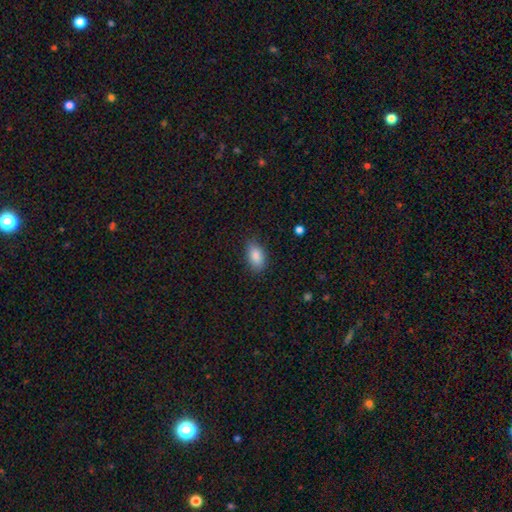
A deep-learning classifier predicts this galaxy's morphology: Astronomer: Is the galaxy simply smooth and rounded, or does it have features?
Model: smooth — 86%.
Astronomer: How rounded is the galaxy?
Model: in between — 90%.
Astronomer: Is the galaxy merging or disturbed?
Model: none — 83%.